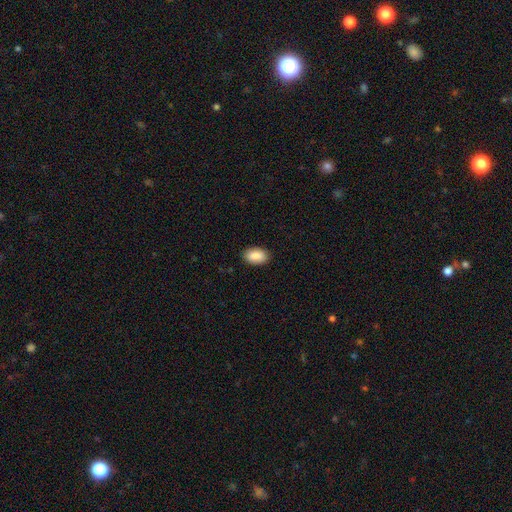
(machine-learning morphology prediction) Overall: smooth (89%). How rounded: in between (93%). Merging: none (89%).